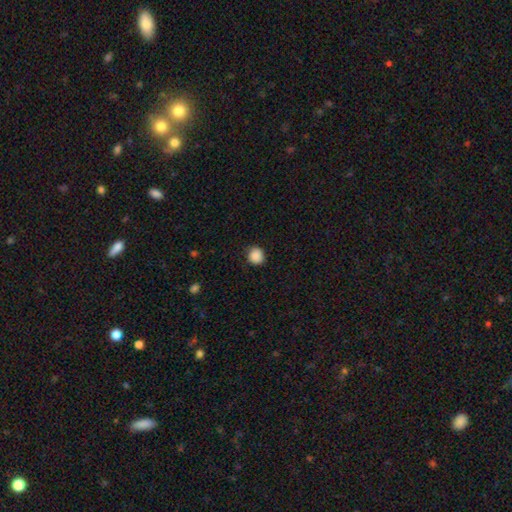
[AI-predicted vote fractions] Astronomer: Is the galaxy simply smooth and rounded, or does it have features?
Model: smooth — 88%.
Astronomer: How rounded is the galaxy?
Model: round — 89%.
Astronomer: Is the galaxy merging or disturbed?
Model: none — 87%.